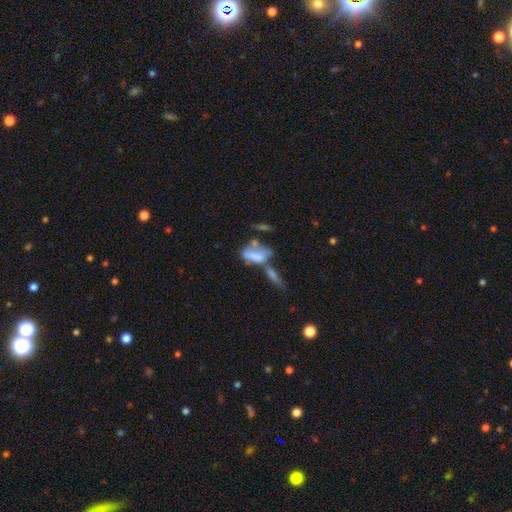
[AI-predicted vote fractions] This is possibly a smooth galaxy (57%). How rounded: clearly in between (81%). Merging: possibly merger (52%).